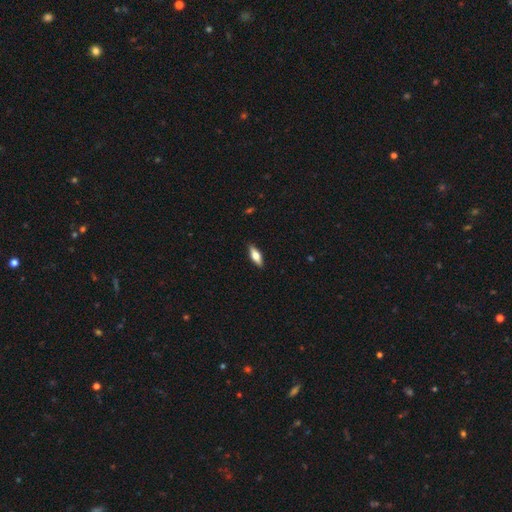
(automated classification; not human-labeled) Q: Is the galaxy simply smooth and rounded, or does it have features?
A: smooth — 60%.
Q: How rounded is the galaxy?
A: in between — 63%.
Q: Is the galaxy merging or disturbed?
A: none — 89%.